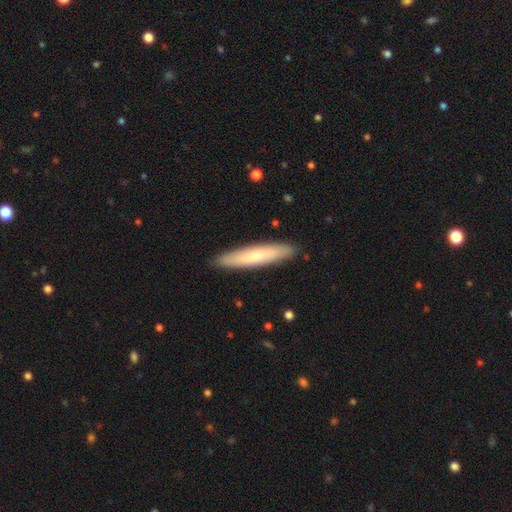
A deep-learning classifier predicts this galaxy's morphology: type=smooth (65%); roundness=cigar-shaped (89%); merging=none (90%).